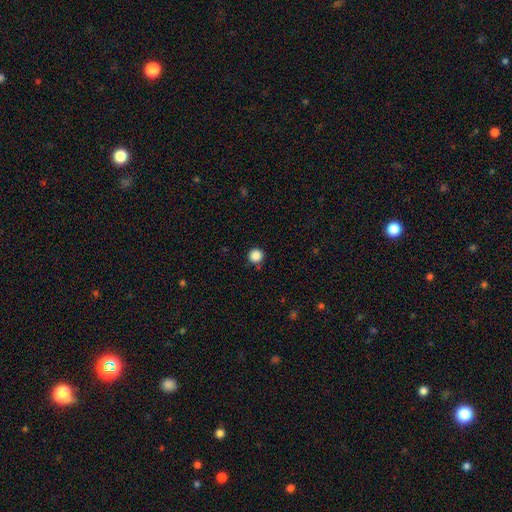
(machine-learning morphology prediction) smooth 87%, star or artifact 11%, featured or disk 3%. Down the decision tree: how rounded — round (96%); merging — none (88%).